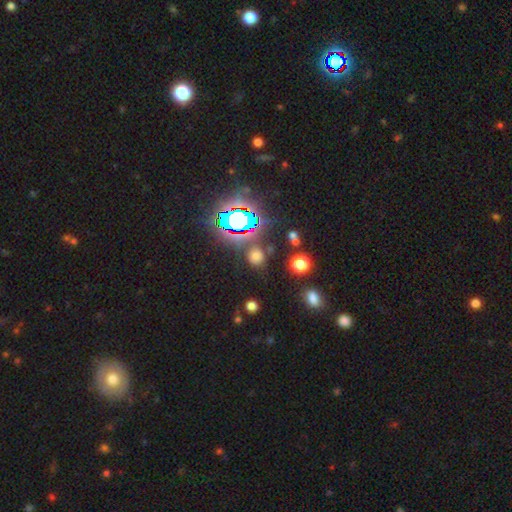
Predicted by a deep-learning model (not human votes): The model was most divided on "smooth or featured": smooth: 58%, star or artifact: 35%, featured or disk: 7%. More confident: how rounded — round (85%); merging — none (80%).